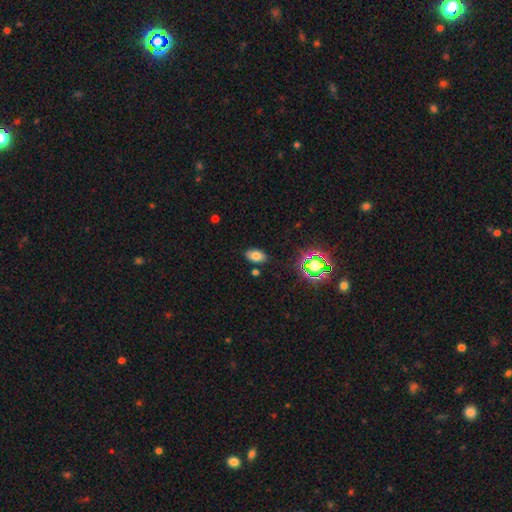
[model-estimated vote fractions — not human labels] smooth 73%, star or artifact 17%, featured or disk 10%. Down the decision tree: how rounded — in between (91%); merging — none (84%).